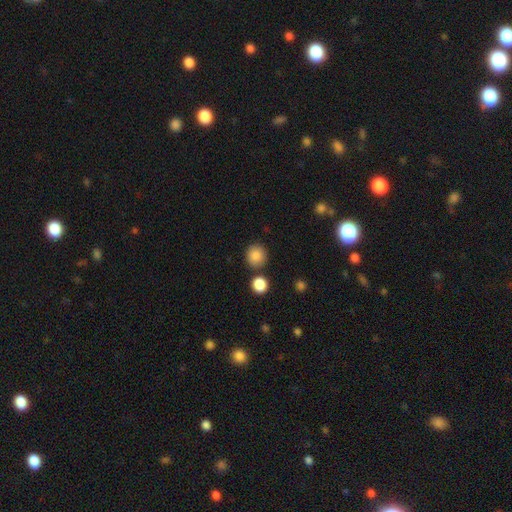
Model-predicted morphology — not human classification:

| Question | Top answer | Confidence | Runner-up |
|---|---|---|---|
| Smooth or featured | smooth | 86% | star or artifact (9%) |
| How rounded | round | 88% | in between (11%) |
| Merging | none | 83% | minor disturbance (8%) |